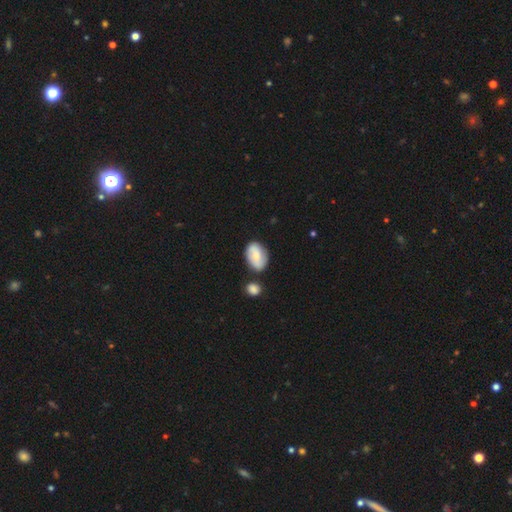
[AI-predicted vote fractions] Smooth or featured?
  - smooth: 63% *
  - featured or disk: 30%
  - star or artifact: 7%
How rounded?
  - in between: 84% *
  - round: 14%
  - cigar-shaped: 1%
Merging?
  - none: 67% *
  - minor disturbance: 16%
  - merger: 12%
  - major disturbance: 4%